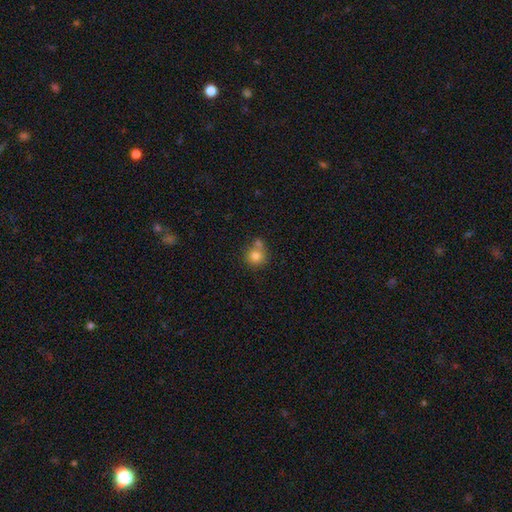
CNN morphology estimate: Smooth or featured? Predicted: smooth (p=0.79). How rounded? Predicted: round (p=0.88). Merging? Predicted: none (p=0.50).